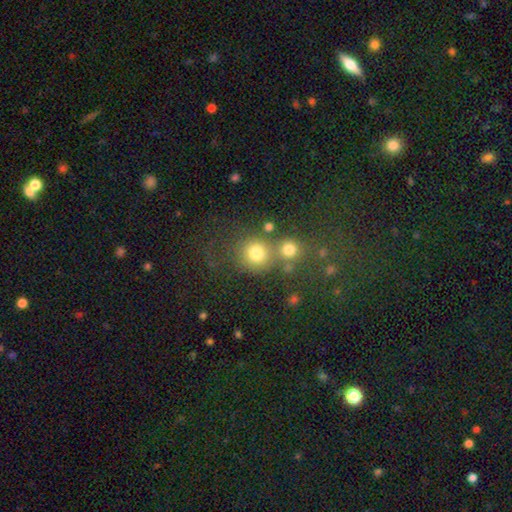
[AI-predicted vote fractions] This appears to be a smooth galaxy with no disk features (76%) that is round (89%). Merging: none (56%).